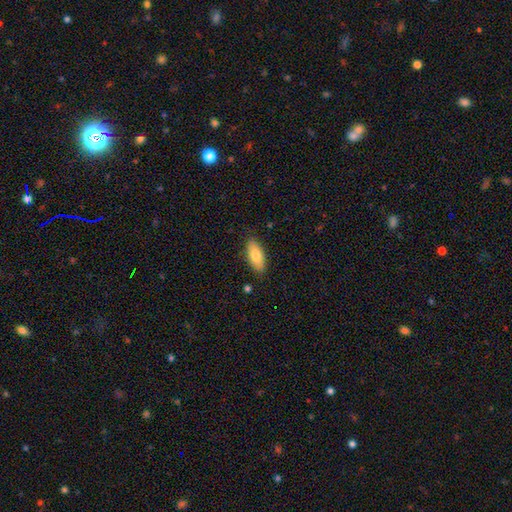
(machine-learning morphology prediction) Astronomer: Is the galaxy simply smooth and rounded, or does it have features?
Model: smooth — 79%.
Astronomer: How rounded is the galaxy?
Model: in between — 84%.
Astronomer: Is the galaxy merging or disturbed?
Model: none — 86%.